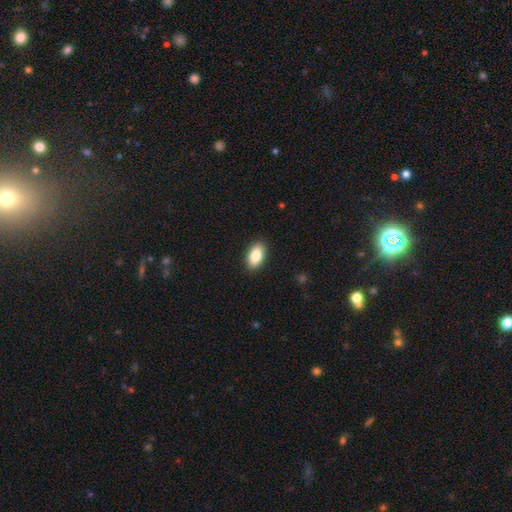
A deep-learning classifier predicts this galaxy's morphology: Smooth or featured?
  - smooth: 85% *
  - featured or disk: 8%
  - star or artifact: 7%
How rounded?
  - in between: 93% *
  - round: 4%
  - cigar-shaped: 3%
Merging?
  - none: 90% *
  - minor disturbance: 8%
  - major disturbance: 2%
  - merger: 1%